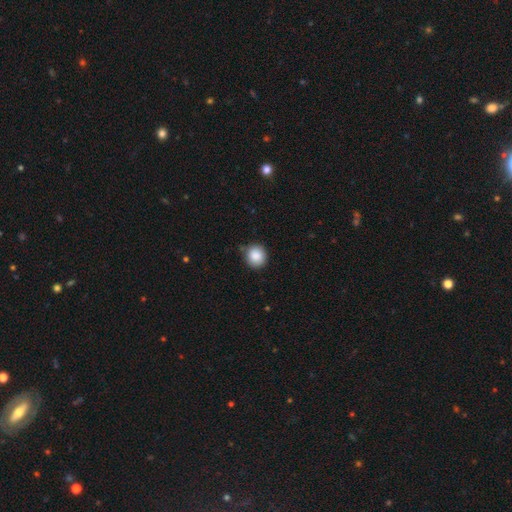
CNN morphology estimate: Smooth or featured? smooth (88%)
How rounded? round (89%)
Merging? none (80%)